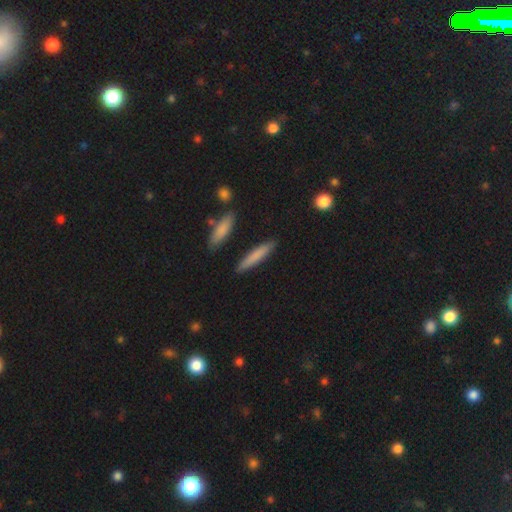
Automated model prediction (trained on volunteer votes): smooth-or-featured: smooth: 77% | featured or disk: 17% | star or artifact: 6%
  how-rounded: cigar-shaped: 89% | in between: 9% | round: 2%
  merging: none: 88% | minor disturbance: 8% | merger: 3% | major disturbance: 2%